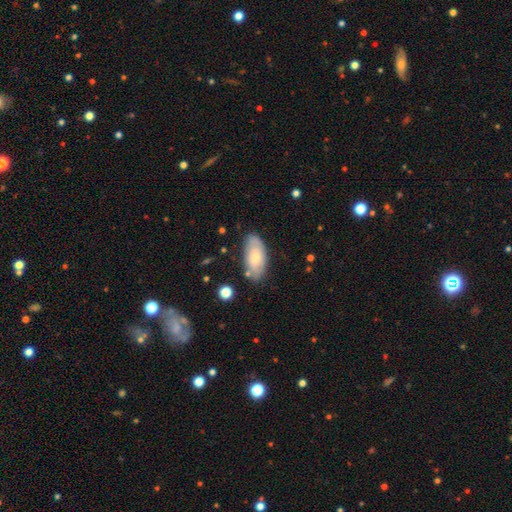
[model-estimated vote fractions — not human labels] smooth-or-featured: smooth: 63% | featured or disk: 31% | star or artifact: 6%
  how-rounded: in between: 91% | cigar-shaped: 6% | round: 3%
  merging: none: 75% | minor disturbance: 17% | major disturbance: 4% | merger: 3%